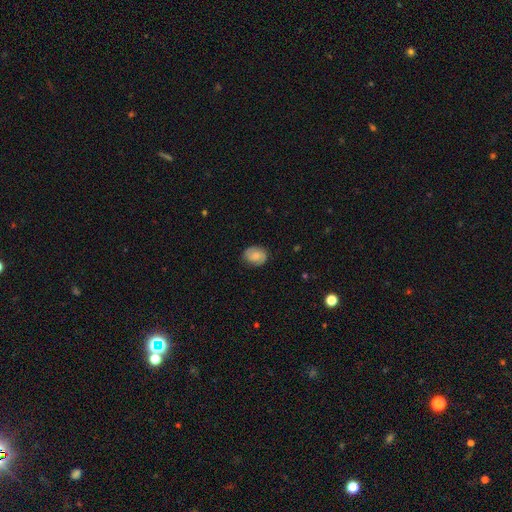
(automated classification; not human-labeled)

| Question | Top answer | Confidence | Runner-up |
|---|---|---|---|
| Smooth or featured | smooth | 67% | featured or disk (25%) |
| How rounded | in between | 55% | round (43%) |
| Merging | none | 82% | minor disturbance (13%) |